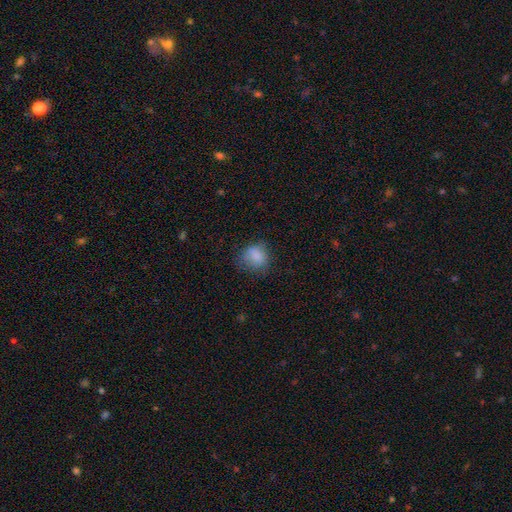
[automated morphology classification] Smooth or featured?
  - smooth: 80% *
  - star or artifact: 11%
  - featured or disk: 9%
How rounded?
  - round: 65% *
  - in between: 34%
  - cigar-shaped: 1%
Merging?
  - none: 63% *
  - minor disturbance: 25%
  - major disturbance: 11%
  - merger: 2%